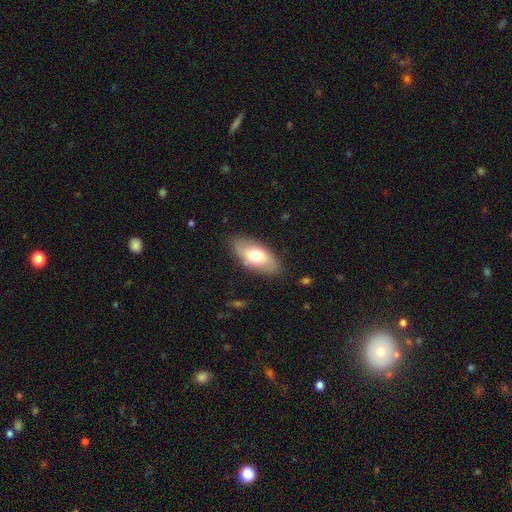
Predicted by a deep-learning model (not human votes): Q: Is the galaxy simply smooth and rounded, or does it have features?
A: smooth — 66%.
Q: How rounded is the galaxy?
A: in between — 89%.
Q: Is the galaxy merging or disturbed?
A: none — 82%.